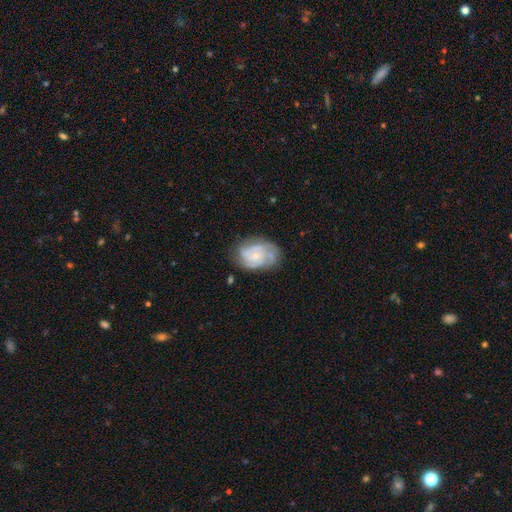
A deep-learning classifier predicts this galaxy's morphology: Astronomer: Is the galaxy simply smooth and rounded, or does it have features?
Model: featured or disk — 79%.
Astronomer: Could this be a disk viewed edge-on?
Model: no — 98%.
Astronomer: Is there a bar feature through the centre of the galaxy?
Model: no — 72%.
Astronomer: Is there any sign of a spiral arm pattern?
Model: yes — 94%.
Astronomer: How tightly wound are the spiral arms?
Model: tight — 56% (runner-up: medium, 36%).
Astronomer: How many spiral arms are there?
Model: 3 — 38% (runner-up: 2, 23%).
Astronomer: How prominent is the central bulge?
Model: small — 68%.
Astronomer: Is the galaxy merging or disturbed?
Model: none — 65%.